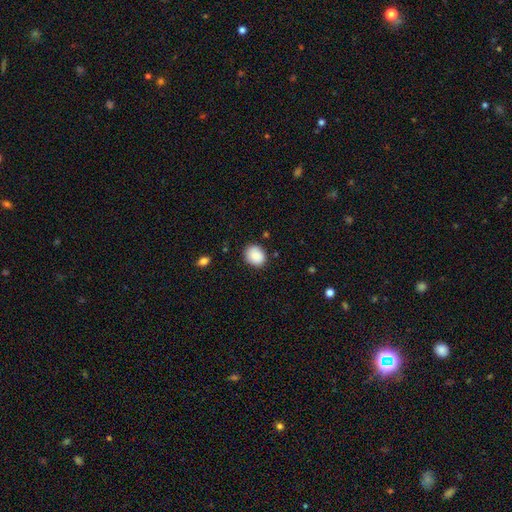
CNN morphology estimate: This appears to be a smooth galaxy with no disk features (88%) that is round (63%). Merging: none (83%).